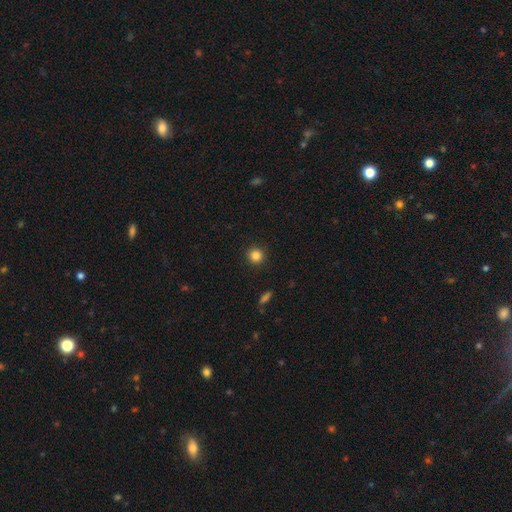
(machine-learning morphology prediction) This is clearly a smooth galaxy (84%). How rounded: clearly round (93%). Merging: clearly none (92%).